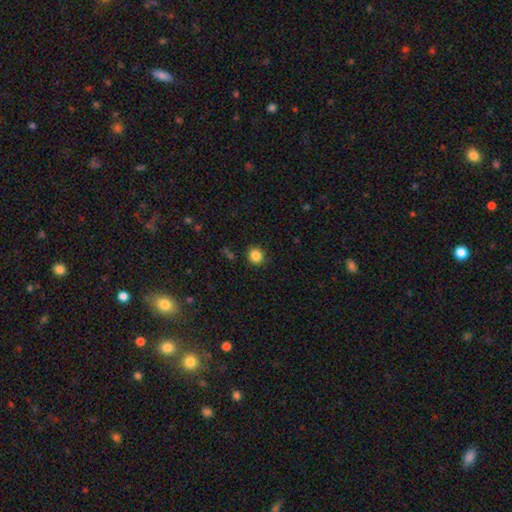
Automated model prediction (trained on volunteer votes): This is clearly a smooth galaxy (85%). How rounded: clearly round (89%). Merging: clearly none (89%).